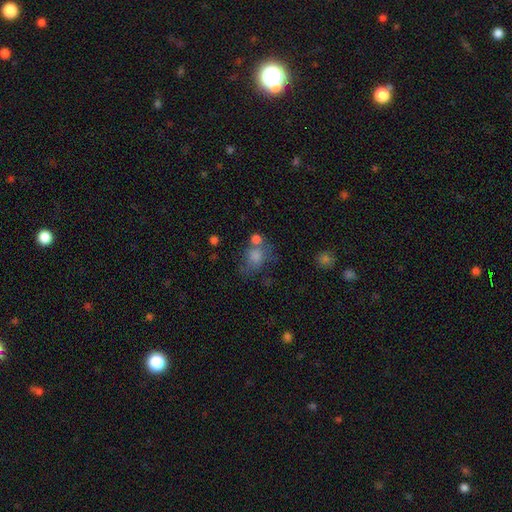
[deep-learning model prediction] Smooth or featured: smooth — 66% (star or artifact — 18%)
How rounded: round — 57% (in between — 41%)
Merging: none — 46% (merger — 22%)